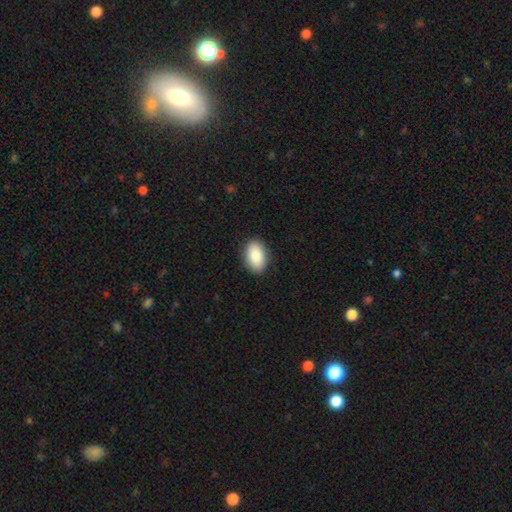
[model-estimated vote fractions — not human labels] smooth 87%, featured or disk 7%, star or artifact 6%. Down the decision tree: how rounded — in between (91%); merging — none (90%).